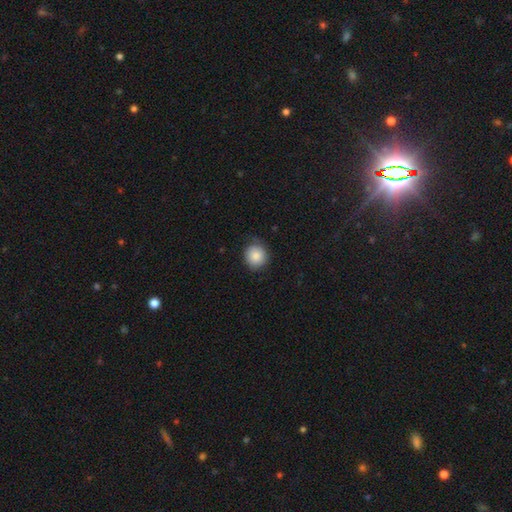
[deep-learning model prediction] smooth-or-featured: smooth: 86% | star or artifact: 8% | featured or disk: 6%
  how-rounded: round: 90% | in between: 9% | cigar-shaped: 1%
  merging: none: 79% | minor disturbance: 17% | major disturbance: 3% | merger: 1%